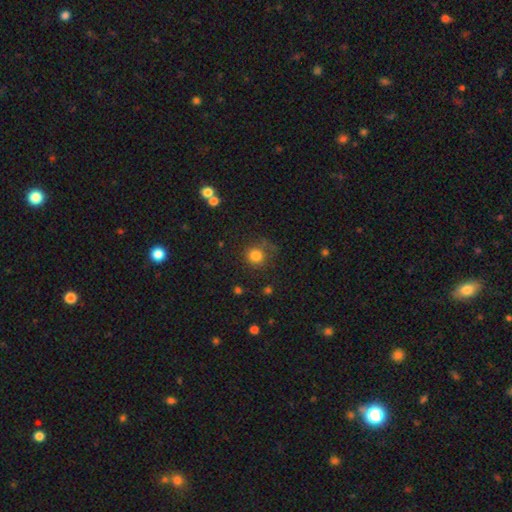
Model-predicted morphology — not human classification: Overall: smooth (81%). How rounded: round (90%). Merging: none (72%).